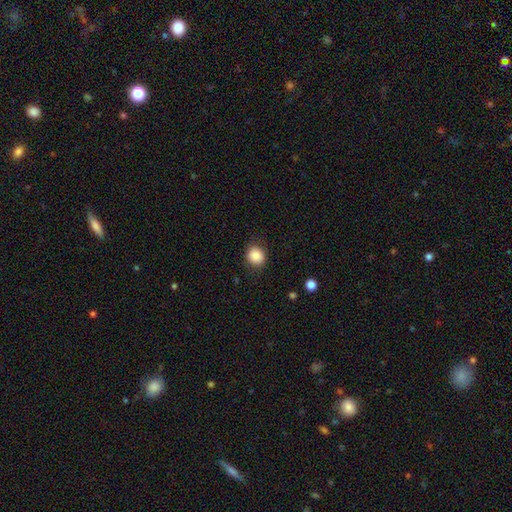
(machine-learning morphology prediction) Smooth or featured? Predicted: smooth (p=0.86). How rounded? Predicted: round (p=0.79). Merging? Predicted: none (p=0.85).